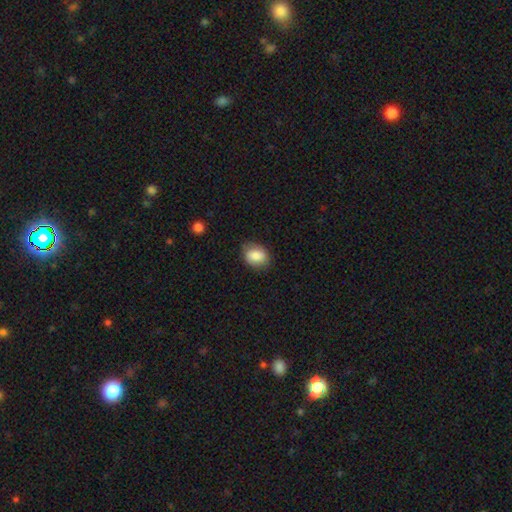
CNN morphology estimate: Smooth or featured? Predicted: smooth (p=0.85). How rounded? Predicted: in between (p=0.66). Merging? Predicted: none (p=0.75).